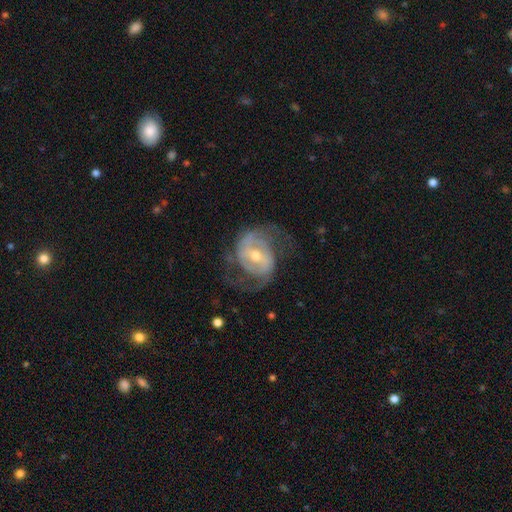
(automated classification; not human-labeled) Morphology: type=featured or disk (85%); edge-on=no (97%); bar=weak (46%); spiral arms=yes (93%); winding=medium (50%); arm count=2 (81%); bulge=moderate (57%); merging=none (65%).